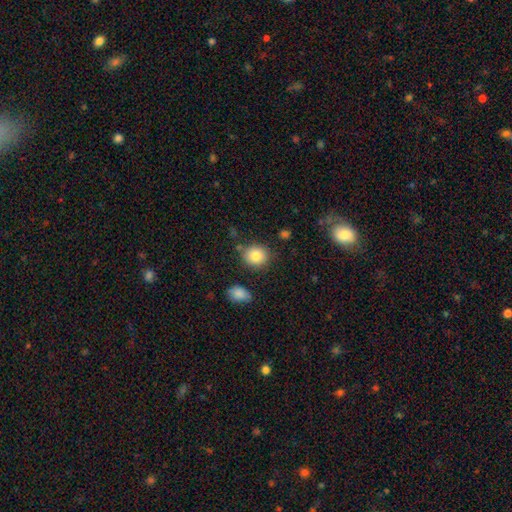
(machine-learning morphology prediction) The model was most divided on "how rounded": round: 80%, in between: 19%, cigar-shaped: 1%. More confident: smooth or featured — smooth (83%); merging — none (81%).